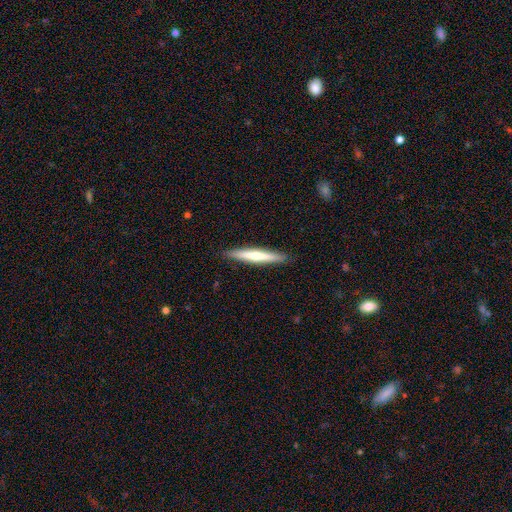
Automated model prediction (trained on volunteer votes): Smooth or featured? Predicted: smooth (p=0.50). Merging? Predicted: none (p=0.91).